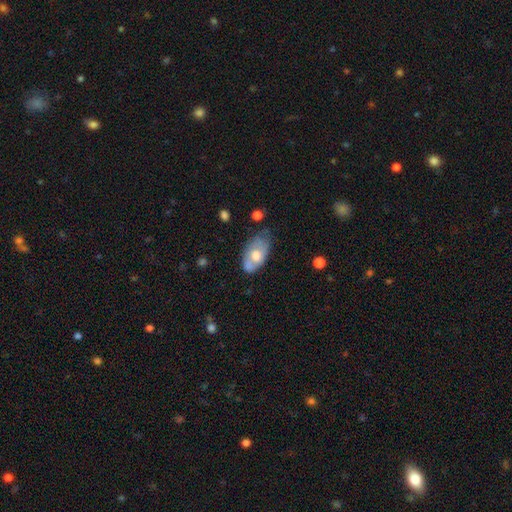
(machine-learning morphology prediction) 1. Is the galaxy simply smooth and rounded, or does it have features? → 57% smooth, 37% featured or disk, 6% star or artifact.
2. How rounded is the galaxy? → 92% in between, 6% round, 3% cigar-shaped.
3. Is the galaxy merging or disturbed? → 48% none, 34% minor disturbance, 11% major disturbance, 7% merger.